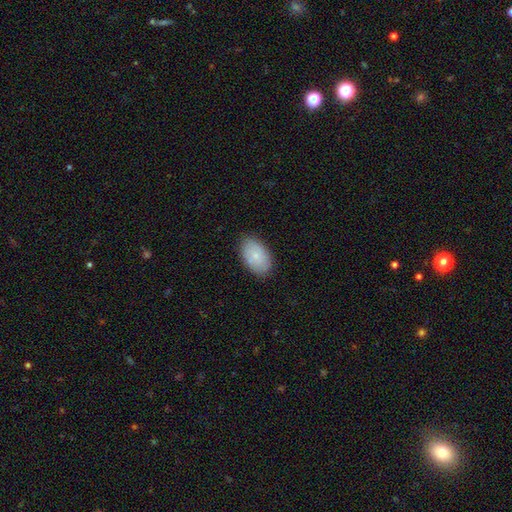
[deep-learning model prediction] The model was most divided on "smooth or featured": smooth: 77%, featured or disk: 17%, star or artifact: 7%. More confident: how rounded — in between (93%); merging — none (84%).